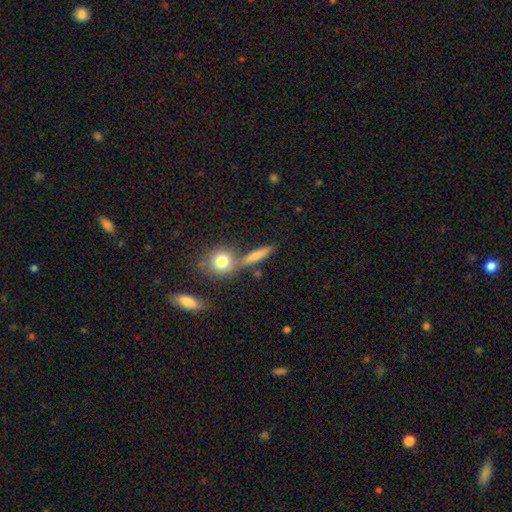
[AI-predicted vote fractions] This is likely a smooth galaxy (75%). How rounded: possibly cigar-shaped (58%). Merging: likely none (66%).